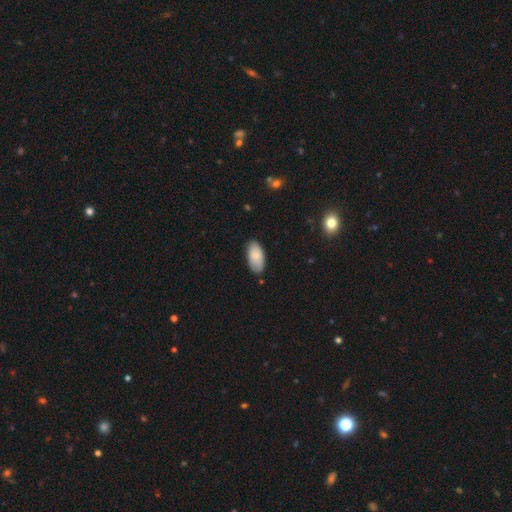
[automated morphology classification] smooth_or_featured: smooth (p=0.85) [alt: featured or disk p=0.08]
how_rounded: in between (p=0.94) [alt: cigar-shaped p=0.04]
merging: none (p=0.82) [alt: minor disturbance p=0.14]